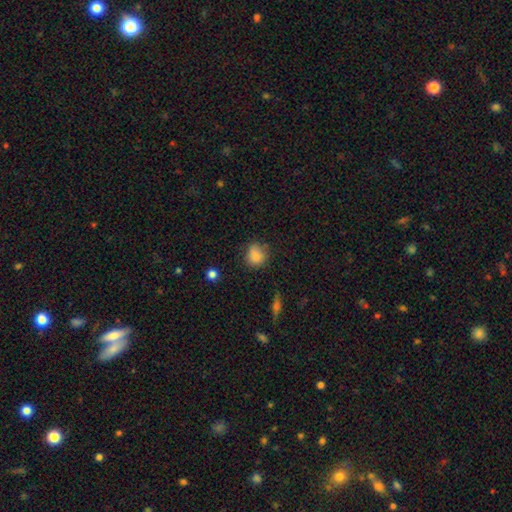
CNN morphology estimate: smooth_or_featured: smooth (p=0.82) [alt: star or artifact p=0.11]
how_rounded: round (p=0.74) [alt: in between p=0.25]
merging: none (p=0.64) [alt: minor disturbance p=0.26]